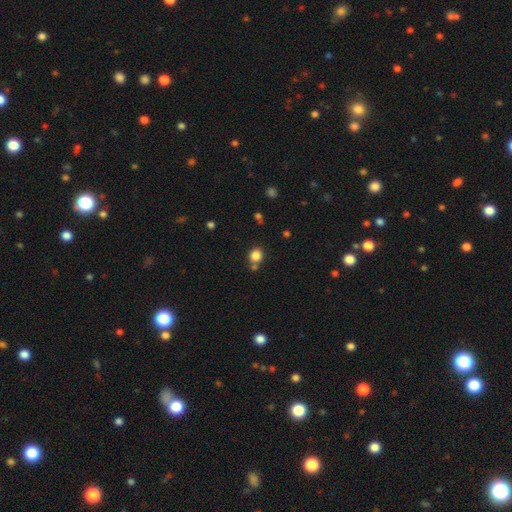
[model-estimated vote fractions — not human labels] Morphology: type=smooth (83%); roundness=round (78%); merging=none (69%).